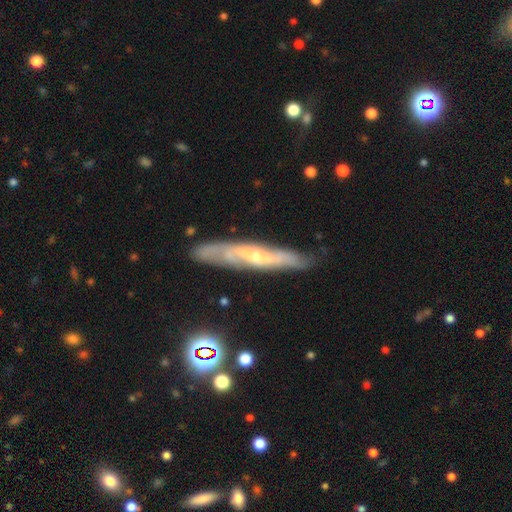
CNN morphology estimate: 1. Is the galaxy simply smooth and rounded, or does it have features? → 73% featured or disk, 20% smooth, 7% star or artifact.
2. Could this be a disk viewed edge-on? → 59% yes, 41% no.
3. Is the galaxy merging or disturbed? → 77% none, 17% minor disturbance, 4% major disturbance, 2% merger.